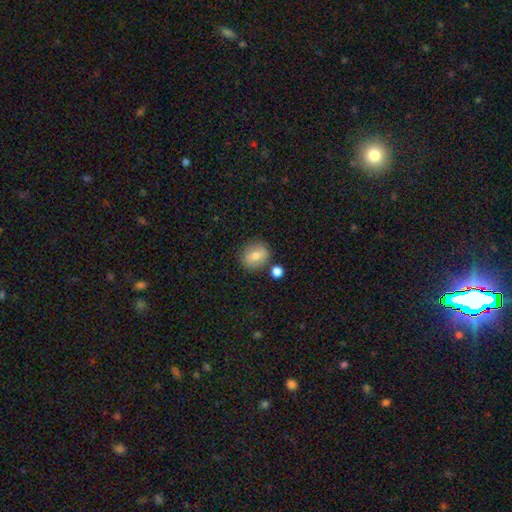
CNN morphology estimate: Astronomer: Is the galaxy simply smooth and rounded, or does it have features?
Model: smooth — 72%.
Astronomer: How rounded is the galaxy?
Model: round — 74%.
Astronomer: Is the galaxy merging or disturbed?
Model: none — 80%.